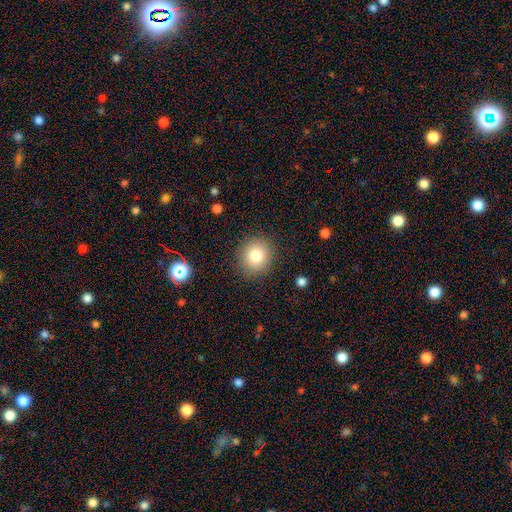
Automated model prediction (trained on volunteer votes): The model was most divided on "smooth or featured": smooth: 81%, star or artifact: 11%, featured or disk: 9%. More confident: merging — none (88%); how rounded — round (85%).